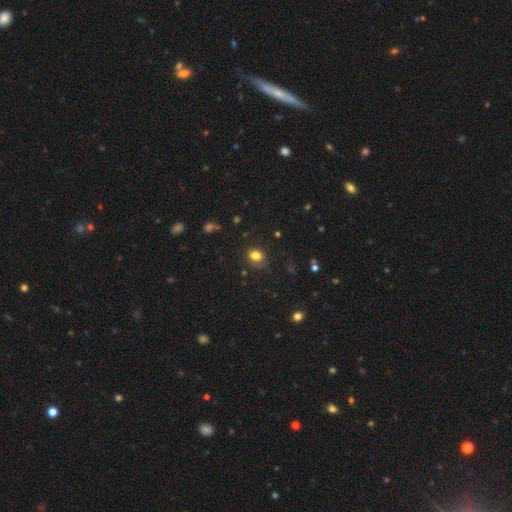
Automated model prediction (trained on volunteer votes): A smooth galaxy with no disk features (81%) that is in between round and cigar-shaped (58%).

Vote fractions:
- Smooth or featured? smooth: 81% / star or artifact: 12% / featured or disk: 7%
- How rounded? in between: 58% / round: 41% / cigar-shaped: 1%
- Merging? none: 74% / minor disturbance: 19% / major disturbance: 5% / merger: 2%